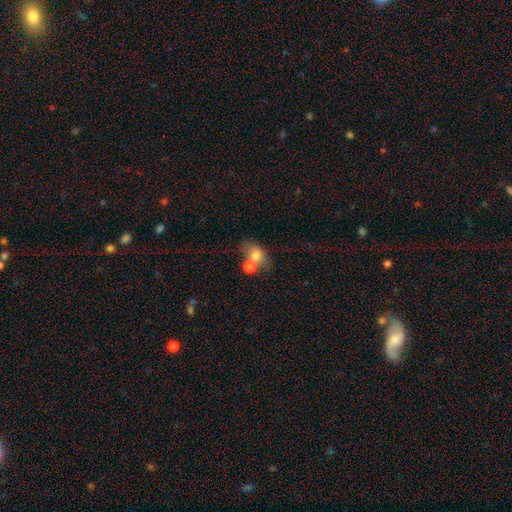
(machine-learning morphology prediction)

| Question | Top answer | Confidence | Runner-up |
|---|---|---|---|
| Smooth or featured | smooth | 75% | featured or disk (15%) |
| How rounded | in between | 55% | round (43%) |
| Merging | merger | 47% | none (36%) |